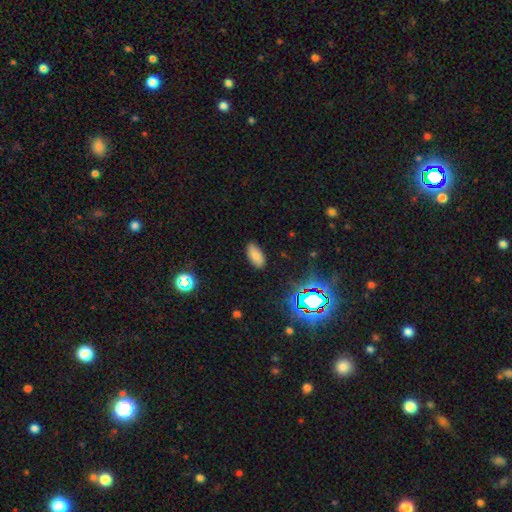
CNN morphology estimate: smooth 79%, star or artifact 14%, featured or disk 6%. Down the decision tree: how rounded — in between (92%); merging — none (85%).